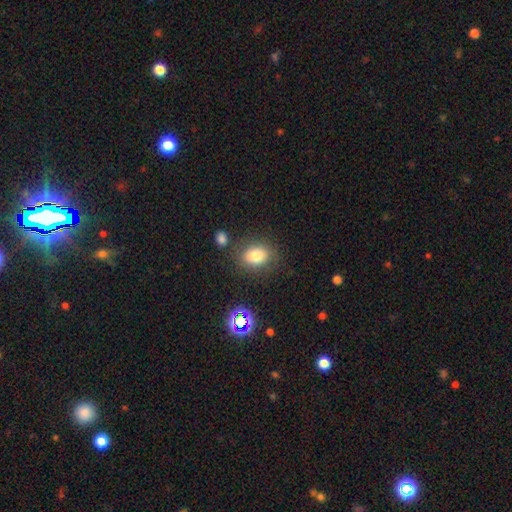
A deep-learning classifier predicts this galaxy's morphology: A smooth galaxy with no disk features (78%) that is in between round and cigar-shaped (56%).

Vote fractions:
- Smooth or featured? smooth: 78% / star or artifact: 12% / featured or disk: 10%
- How rounded? in between: 56% / round: 43% / cigar-shaped: 1%
- Merging? none: 78% / minor disturbance: 12% / major disturbance: 5% / merger: 5%